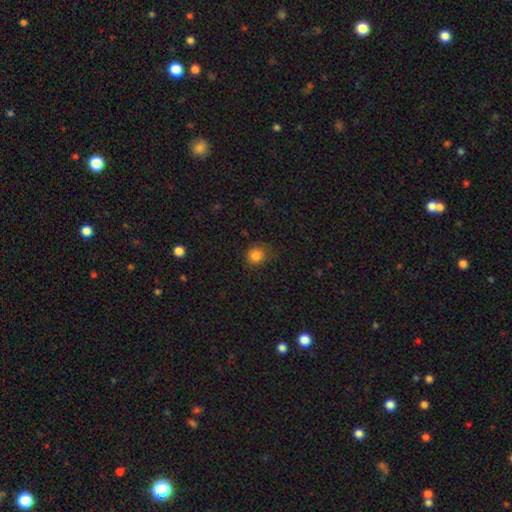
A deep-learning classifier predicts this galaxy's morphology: smooth 83%, star or artifact 12%, featured or disk 5%. Down the decision tree: how rounded — round (84%); merging — none (72%).